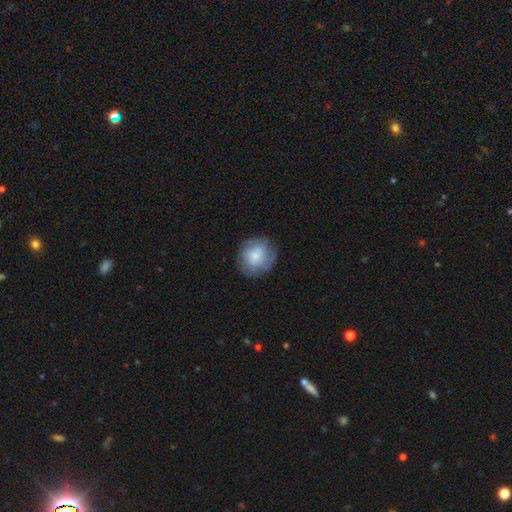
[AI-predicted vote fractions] The model was most divided on "smooth or featured": smooth: 65%, featured or disk: 28%, star or artifact: 8%. More confident: how rounded — round (83%); merging — none (77%).